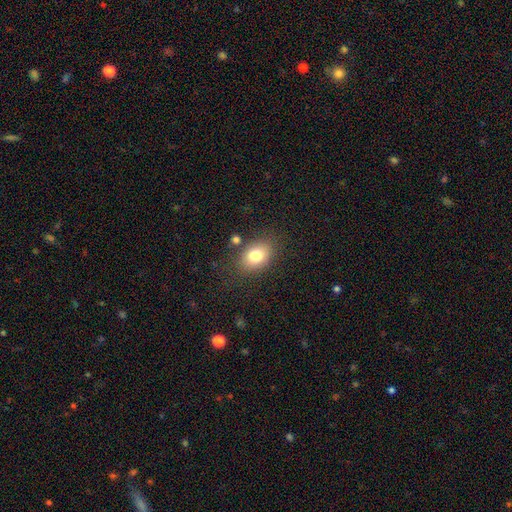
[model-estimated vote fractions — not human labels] smooth 78%, featured or disk 12%, star or artifact 10%. Down the decision tree: how rounded — in between (75%); merging — none (79%).